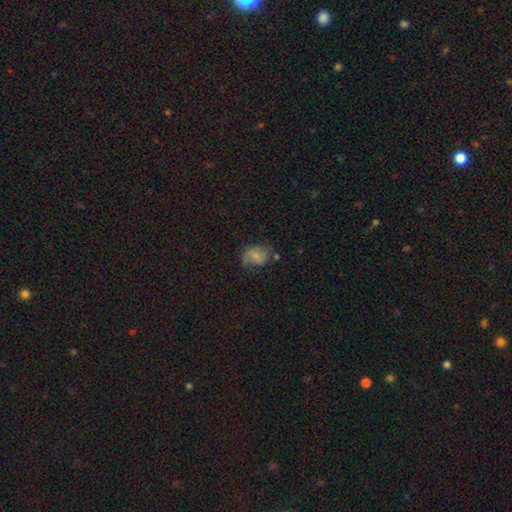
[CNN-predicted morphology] Smooth or featured?
  - smooth: 61% *
  - featured or disk: 28%
  - star or artifact: 11%
How rounded?
  - in between: 67% *
  - round: 32%
  - cigar-shaped: 1%
Merging?
  - none: 49% *
  - minor disturbance: 31%
  - major disturbance: 15%
  - merger: 4%